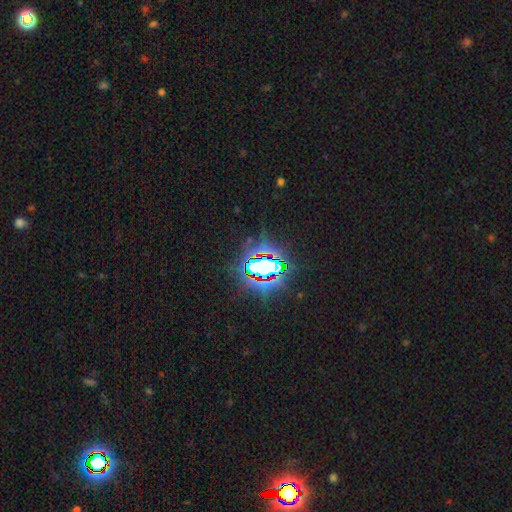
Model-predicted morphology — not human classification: Smooth or featured: star or artifact — 82% (smooth — 11%)